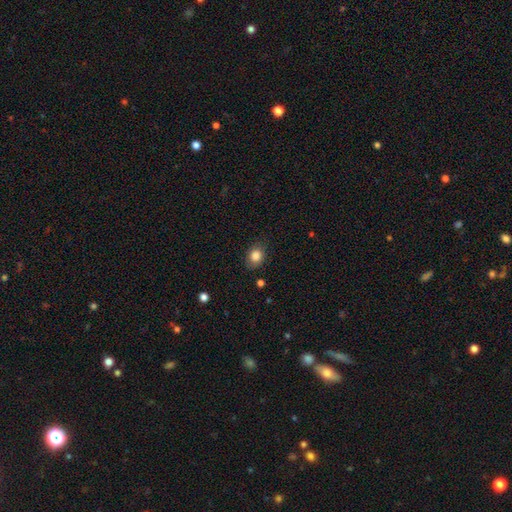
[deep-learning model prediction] Q: Smooth or featured?
A: smooth (84%); runner-up: star or artifact (10%)
Q: How rounded?
A: in between (53%); runner-up: round (46%)
Q: Merging?
A: none (82%); runner-up: minor disturbance (14%)